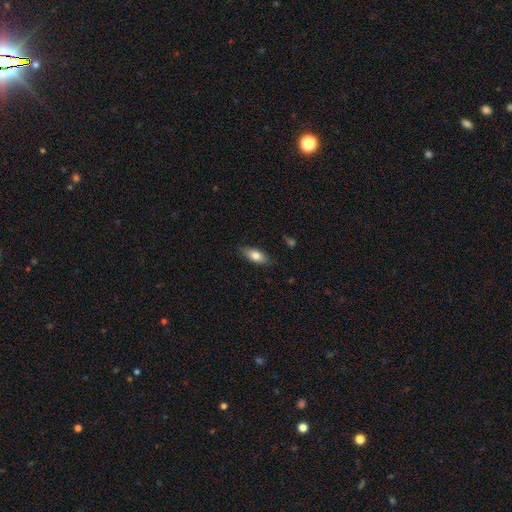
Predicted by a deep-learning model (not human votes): Smooth or featured? Predicted: smooth (p=0.79). How rounded? Predicted: in between (p=0.83). Merging? Predicted: none (p=0.83).